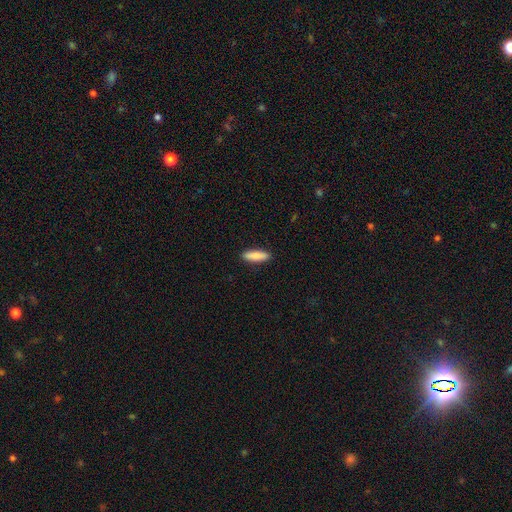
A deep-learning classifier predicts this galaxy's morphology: The model was most divided on "how rounded": cigar-shaped: 61%, in between: 38%, round: 2%. More confident: merging — none (90%); smooth or featured — smooth (87%).